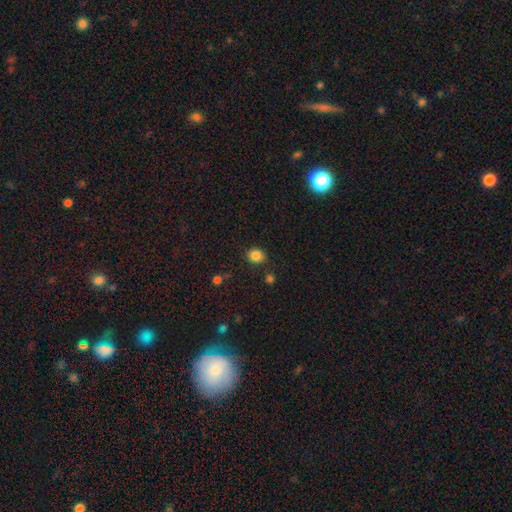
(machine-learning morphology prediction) This appears to be a smooth galaxy with no disk features (85%) that is round (70%). Merging: none (85%).